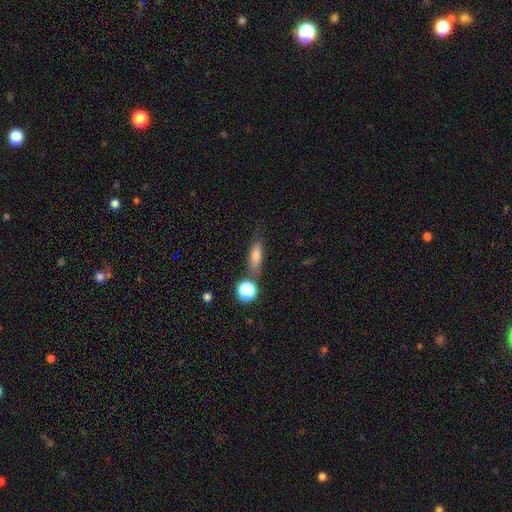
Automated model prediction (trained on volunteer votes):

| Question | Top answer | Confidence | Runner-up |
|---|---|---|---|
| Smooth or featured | smooth | 65% | featured or disk (20%) |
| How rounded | cigar-shaped | 47% | in between (44%) |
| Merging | none | 68% | minor disturbance (17%) |